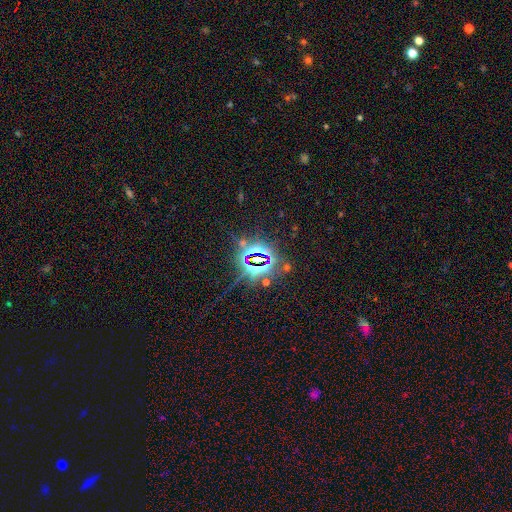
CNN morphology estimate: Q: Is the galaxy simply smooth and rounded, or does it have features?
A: star or artifact — 84%.